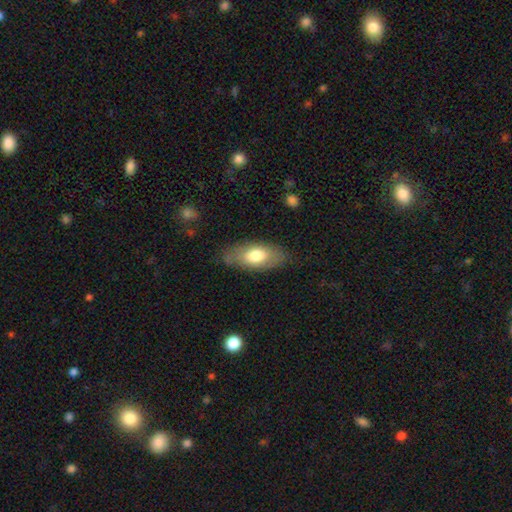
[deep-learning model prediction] A smooth galaxy with no disk features (71%) that is in between round and cigar-shaped (89%).

Vote fractions:
- Smooth or featured? smooth: 71% / featured or disk: 23% / star or artifact: 6%
- How rounded? in between: 89% / cigar-shaped: 8% / round: 4%
- Merging? none: 77% / minor disturbance: 17% / major disturbance: 5% / merger: 2%